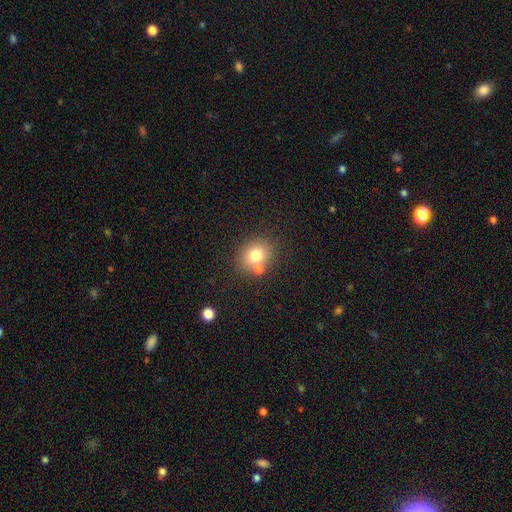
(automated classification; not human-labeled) This appears to be a smooth galaxy with no disk features (74%) that is round (67%). Merging: none (65%).